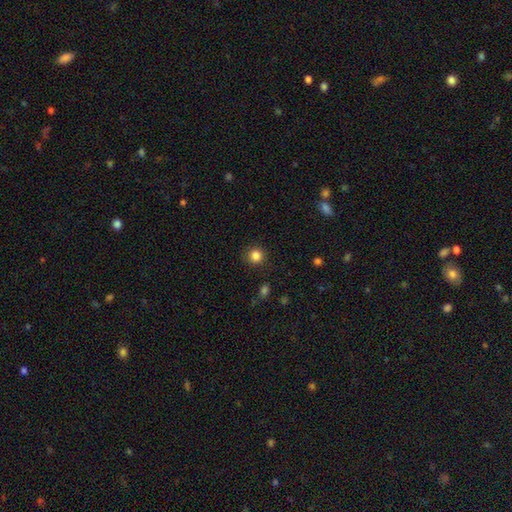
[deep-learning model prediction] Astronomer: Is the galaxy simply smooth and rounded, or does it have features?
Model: smooth — 85%.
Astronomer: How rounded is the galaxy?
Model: round — 92%.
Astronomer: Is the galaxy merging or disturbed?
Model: none — 89%.